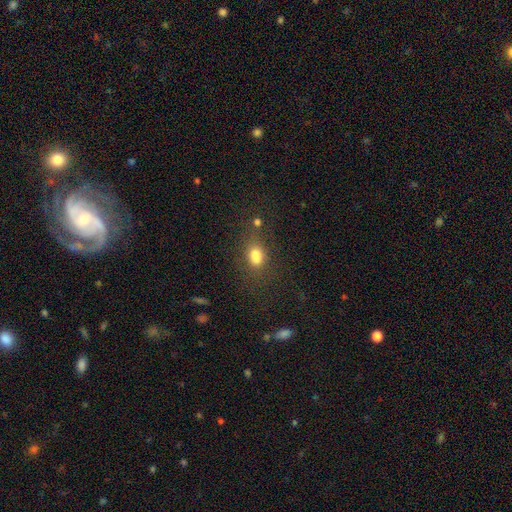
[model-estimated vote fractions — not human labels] Smooth or featured?
  - smooth: 74% *
  - star or artifact: 15%
  - featured or disk: 11%
How rounded?
  - in between: 71% *
  - round: 25%
  - cigar-shaped: 4%
Merging?
  - none: 51% *
  - merger: 22%
  - minor disturbance: 17%
  - major disturbance: 10%